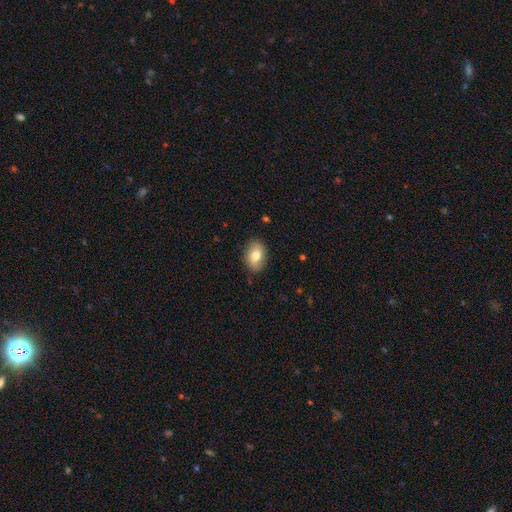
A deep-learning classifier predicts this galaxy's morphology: smooth_or_featured: smooth (p=0.76) [alt: featured or disk p=0.16]
how_rounded: in between (p=0.78) [alt: round p=0.20]
merging: none (p=0.84) [alt: minor disturbance p=0.12]